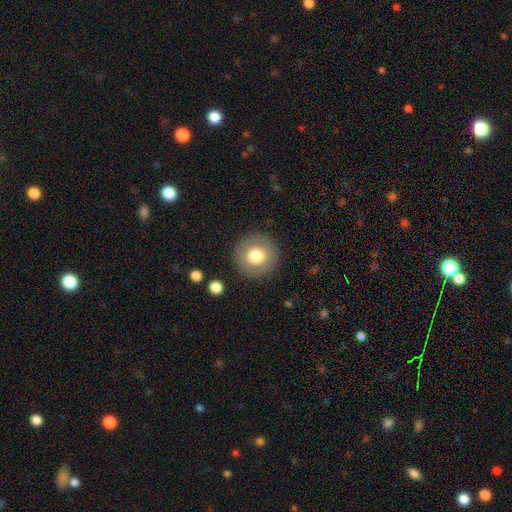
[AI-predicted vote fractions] smooth 71%, featured or disk 20%, star or artifact 9%. Down the decision tree: how rounded — round (96%); merging — none (89%).